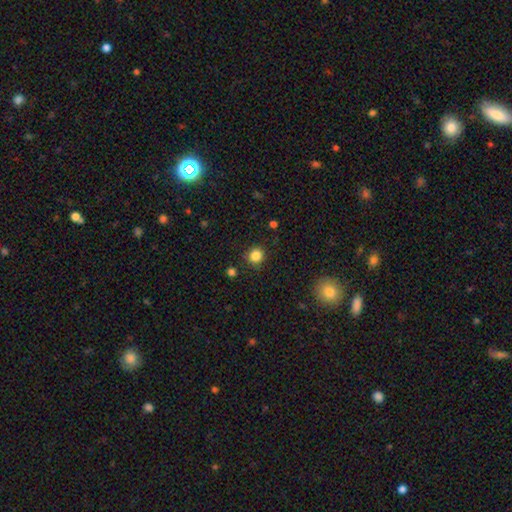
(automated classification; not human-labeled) A smooth galaxy with no disk features (85%) that is round (90%).

Vote fractions:
- Smooth or featured? smooth: 85% / star or artifact: 12% / featured or disk: 4%
- How rounded? round: 90% / in between: 9% / cigar-shaped: 1%
- Merging? none: 89% / minor disturbance: 7% / major disturbance: 2% / merger: 2%